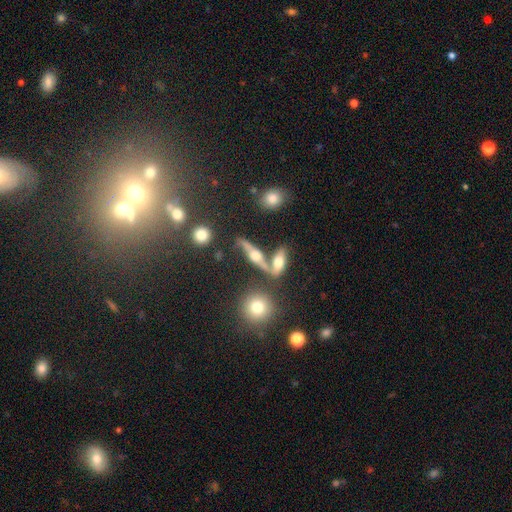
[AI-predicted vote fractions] Q: Smooth or featured?
A: featured or disk (57%); runner-up: smooth (30%)
Q: Edge-on disk?
A: yes (81%); runner-up: no (19%)
Q: Merging?
A: none (66%); runner-up: merger (16%)